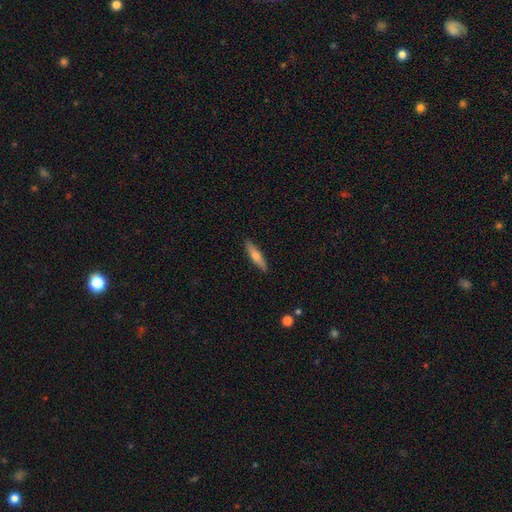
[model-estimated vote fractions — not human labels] Smooth or featured? Predicted: smooth (p=0.53). How rounded? Predicted: cigar-shaped (p=0.84). Merging? Predicted: none (p=0.90).